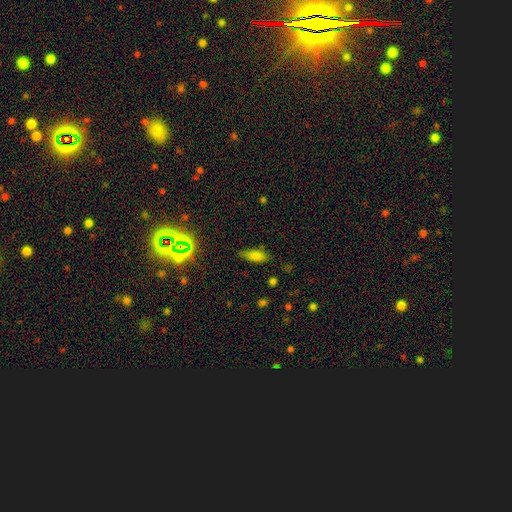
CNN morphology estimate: Smooth or featured: smooth — 72% (star or artifact — 18%)
How rounded: in between — 70% (cigar-shaped — 26%)
Merging: none — 73% (minor disturbance — 19%)